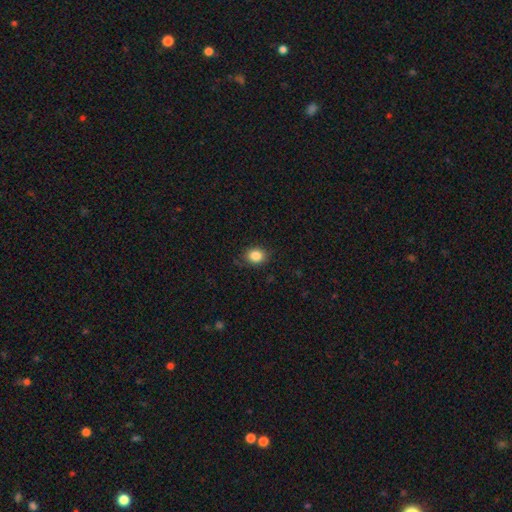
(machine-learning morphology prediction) This appears to be a smooth galaxy with no disk features (85%) that is round (61%). Merging: none (84%).